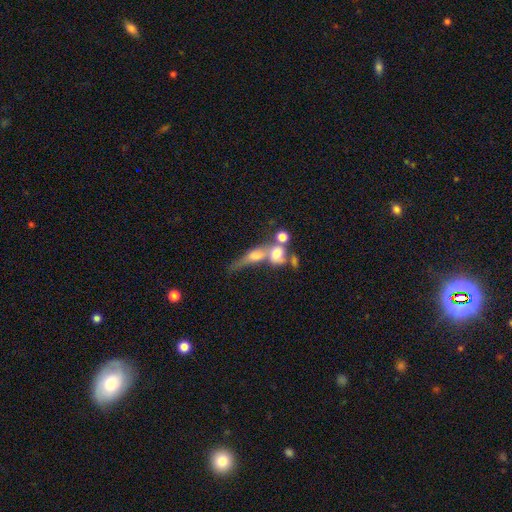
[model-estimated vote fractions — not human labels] This appears to be a smooth galaxy with no disk features (54%) that is in between round and cigar-shaped (42%). Merging: merger (59%).